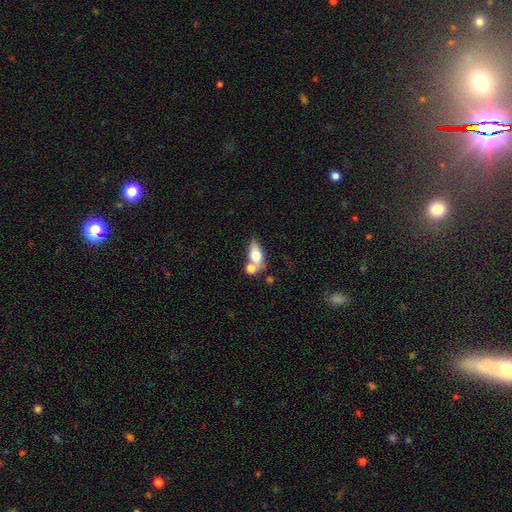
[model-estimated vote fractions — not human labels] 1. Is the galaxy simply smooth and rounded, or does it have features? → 67% smooth, 25% featured or disk, 8% star or artifact.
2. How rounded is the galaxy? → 77% in between, 13% cigar-shaped, 9% round.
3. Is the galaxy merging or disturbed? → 41% none, 39% merger, 14% minor disturbance, 7% major disturbance.